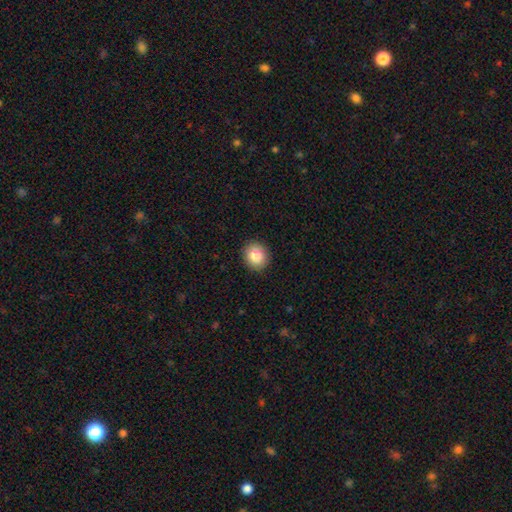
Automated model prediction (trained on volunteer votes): This is clearly a smooth galaxy (84%). How rounded: likely round (79%). Merging: clearly none (91%).